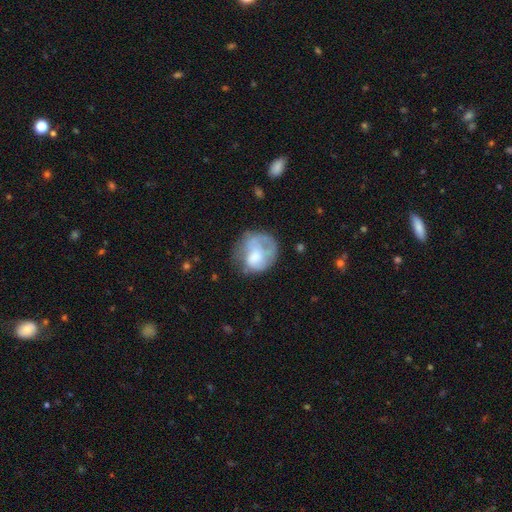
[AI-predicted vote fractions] A smooth galaxy with no disk features (53%) that is round (70%).

Vote fractions:
- Smooth or featured? smooth: 53% / featured or disk: 39% / star or artifact: 8%
- How rounded? round: 70% / in between: 29% / cigar-shaped: 1%
- Merging? none: 40% / major disturbance: 30% / minor disturbance: 26% / merger: 4%